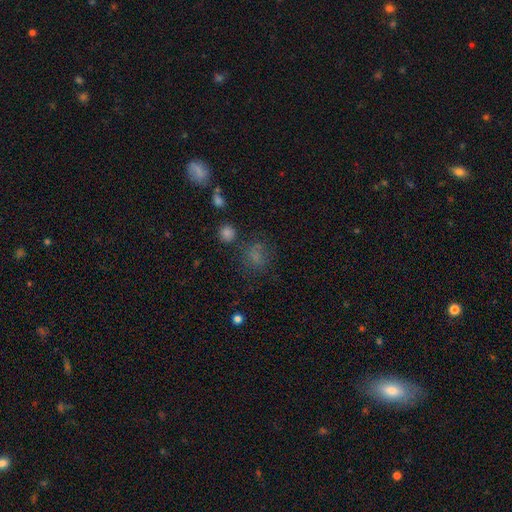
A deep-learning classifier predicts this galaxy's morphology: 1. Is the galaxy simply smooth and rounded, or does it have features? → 66% smooth, 23% star or artifact, 11% featured or disk.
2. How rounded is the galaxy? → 65% round, 33% in between, 2% cigar-shaped.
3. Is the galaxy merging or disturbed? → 62% none, 17% minor disturbance, 13% major disturbance, 7% merger.